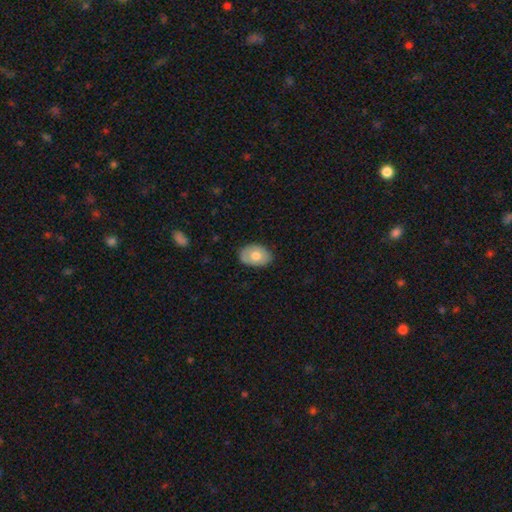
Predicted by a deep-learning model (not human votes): Overall: smooth (69%). How rounded: in between (82%). Merging: none (81%).